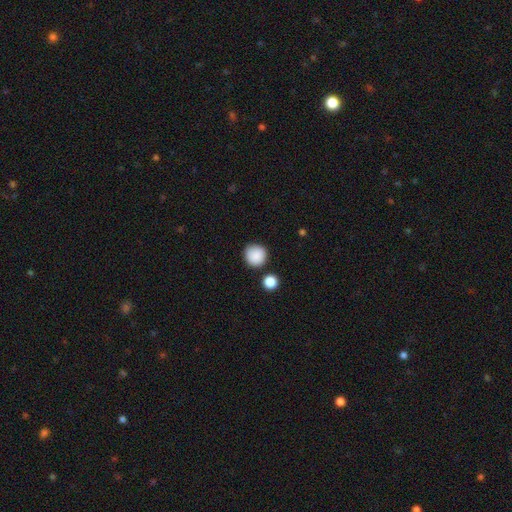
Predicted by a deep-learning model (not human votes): smooth-or-featured: smooth: 87% | star or artifact: 9% | featured or disk: 4%
  how-rounded: round: 94% | in between: 5% | cigar-shaped: 1%
  merging: none: 84% | minor disturbance: 9% | merger: 4% | major disturbance: 3%